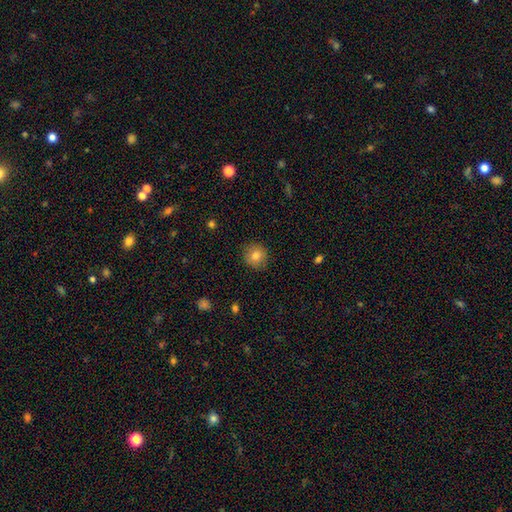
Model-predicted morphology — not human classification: A smooth galaxy with no disk features (81%) that is round (92%).

Vote fractions:
- Smooth or featured? smooth: 81% / star or artifact: 10% / featured or disk: 9%
- How rounded? round: 92% / in between: 7% / cigar-shaped: 1%
- Merging? none: 88% / minor disturbance: 9% / major disturbance: 2% / merger: 1%